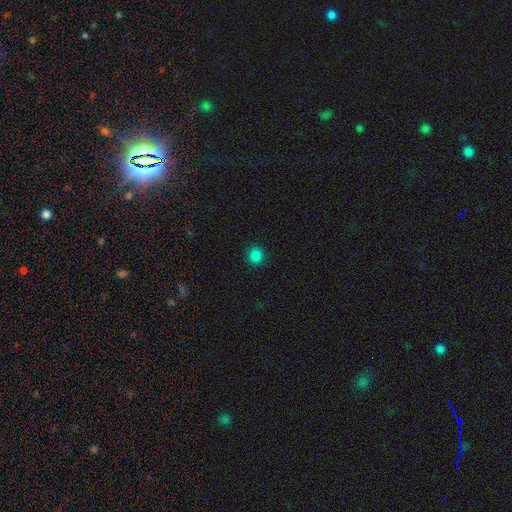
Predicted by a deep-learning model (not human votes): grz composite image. It shows a smooth galaxy with no disk features (84%) that is round (91%). Merging: none (91%).